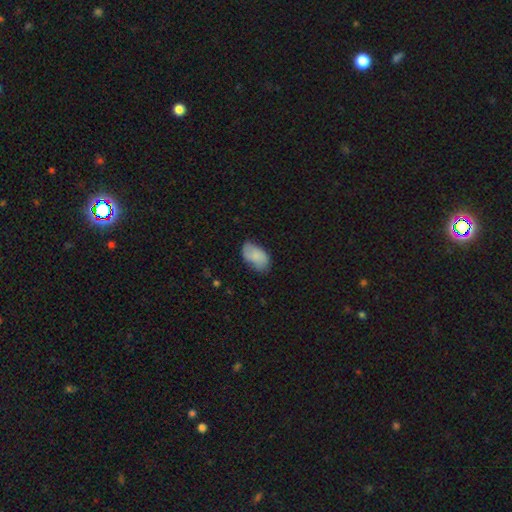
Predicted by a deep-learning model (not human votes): A smooth galaxy with no disk features (76%) that is in between round and cigar-shaped (93%). Merging: none (62%).